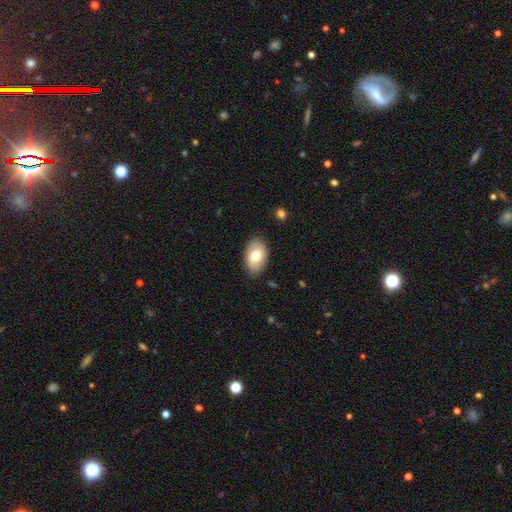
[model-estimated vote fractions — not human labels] Morphology: type=smooth (70%); roundness=in between (91%); merging=none (85%).